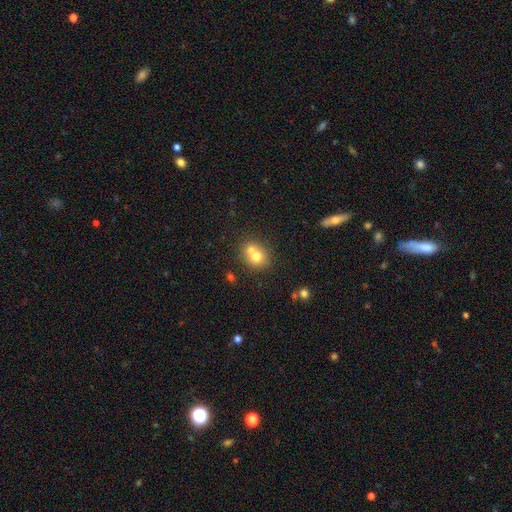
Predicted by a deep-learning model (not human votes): smooth_or_featured: smooth (p=0.70) [alt: featured or disk p=0.19]
how_rounded: round (p=0.72) [alt: in between p=0.27]
merging: merger (p=0.52) [alt: none p=0.37]